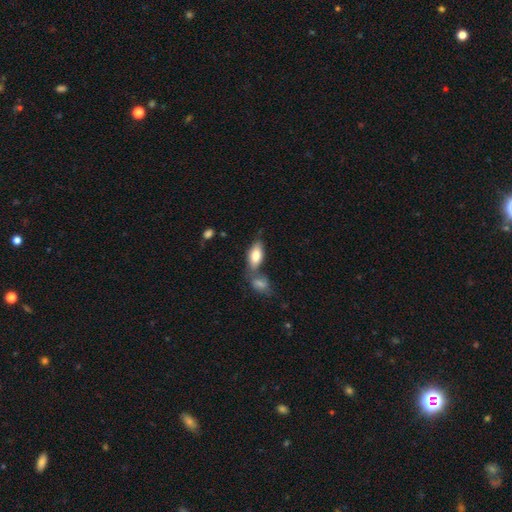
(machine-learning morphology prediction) Q: Smooth or featured?
A: smooth (79%); runner-up: featured or disk (15%)
Q: How rounded?
A: in between (88%); runner-up: cigar-shaped (9%)
Q: Merging?
A: none (46%); runner-up: merger (33%)